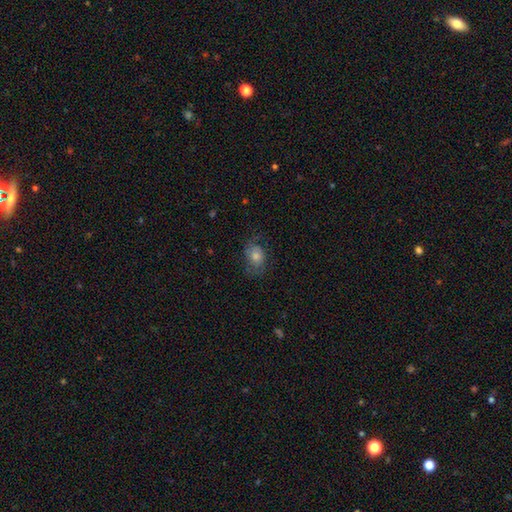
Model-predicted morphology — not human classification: This appears to be a smooth galaxy with no disk features (54%) that is in between round and cigar-shaped (62%). Merging: none (65%).